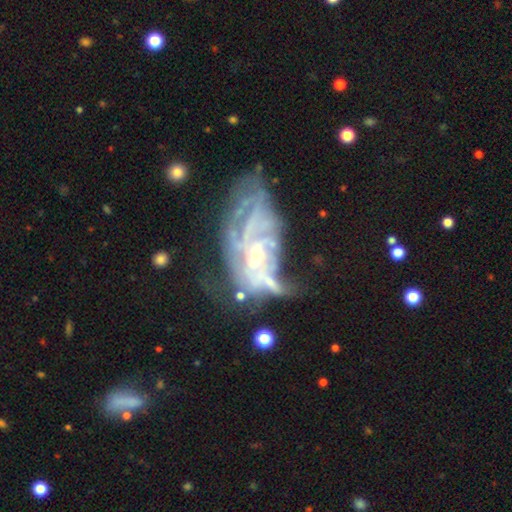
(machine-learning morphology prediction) featured or disk 78%, smooth 12%, star or artifact 10%. Down the decision tree: edge-on disk — no (94%); bar — no (60%); spiral arms — yes (72%); spiral arm count — can't tell (53%); spiral winding — tight (47%); bulge size — small (51%); merging — major disturbance (35%).